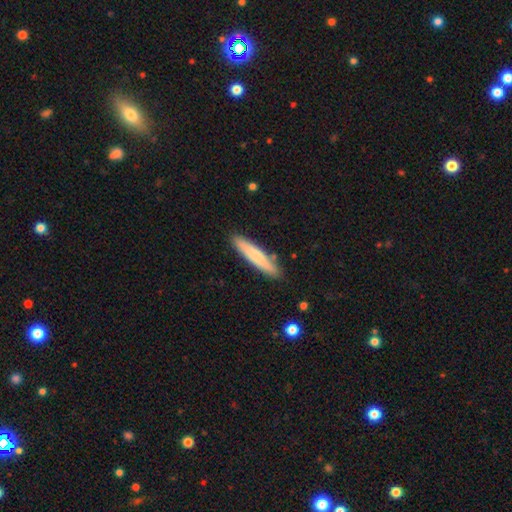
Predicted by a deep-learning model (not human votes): A smooth galaxy with no disk features (72%) that is cigar-shaped (89%).

Vote fractions:
- Smooth or featured? smooth: 72% / featured or disk: 22% / star or artifact: 5%
- How rounded? cigar-shaped: 89% / in between: 10% / round: 1%
- Merging? none: 86% / minor disturbance: 10% / merger: 2% / major disturbance: 2%